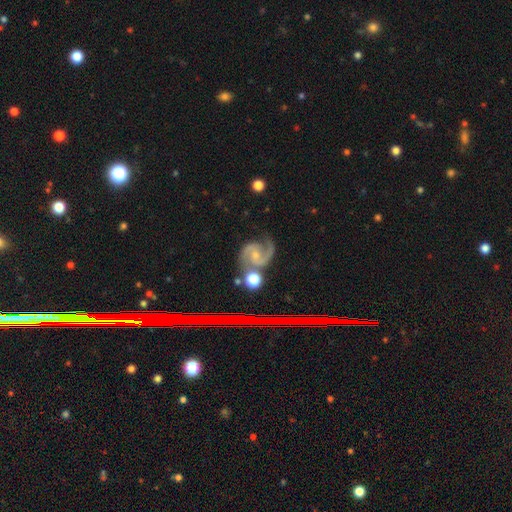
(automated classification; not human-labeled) A featured or disk galaxy (89%) with no bar (50%), 2 (92%) medium (59%) spiral arms (98%) and a small central bulge (60%).

Vote fractions:
- Smooth or featured? featured or disk: 89% / star or artifact: 6% / smooth: 5%
- Edge-on disk? no: 98% / yes: 2%
- Bar? no: 50% / weak: 38% / strong: 12%
- Spiral arms? yes: 98% / no: 2%
- Spiral winding? medium: 59% / loose: 21% / tight: 20%
- Spiral arm count? 2: 92% / can't tell: 2% / 3: 2% / 1: 2% / 4: 1% / more than 4: 1%
- Bulge size? small: 60% / moderate: 31% / none: 6% / large: 2% / dominant: 1%
- Merging? none: 63% / minor disturbance: 17% / merger: 11% / major disturbance: 8%